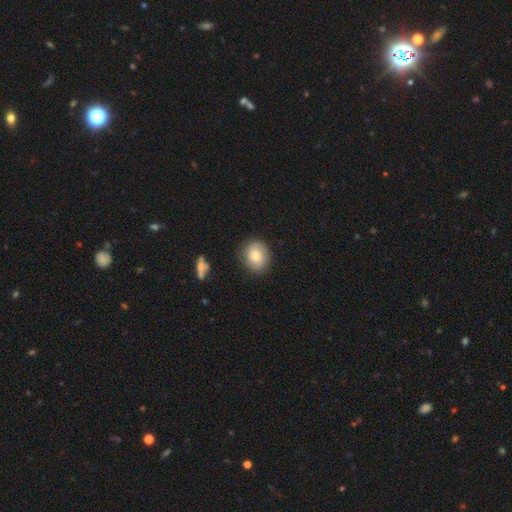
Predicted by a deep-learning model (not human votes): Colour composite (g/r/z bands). It shows a smooth galaxy with no disk features (69%) that is round (68%). Merging: none (84%).